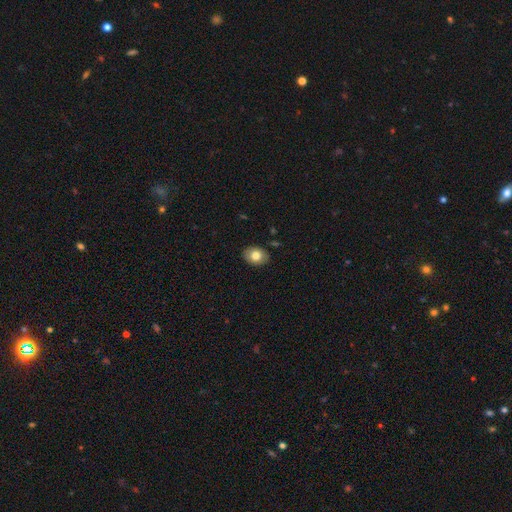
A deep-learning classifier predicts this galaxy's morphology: type=smooth (79%); roundness=in between (70%); merging=none (89%).